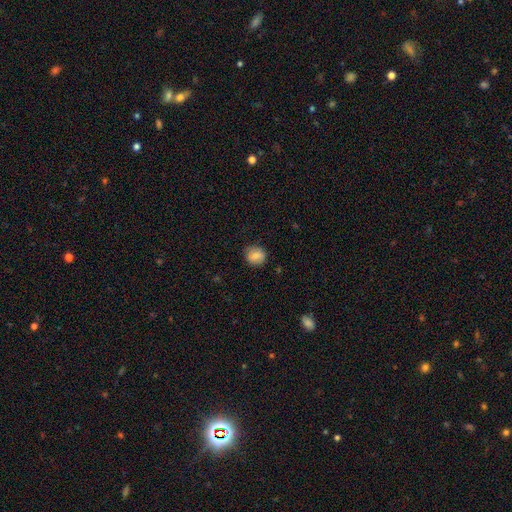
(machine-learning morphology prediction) type=smooth (79%); roundness=round (80%); merging=none (84%).